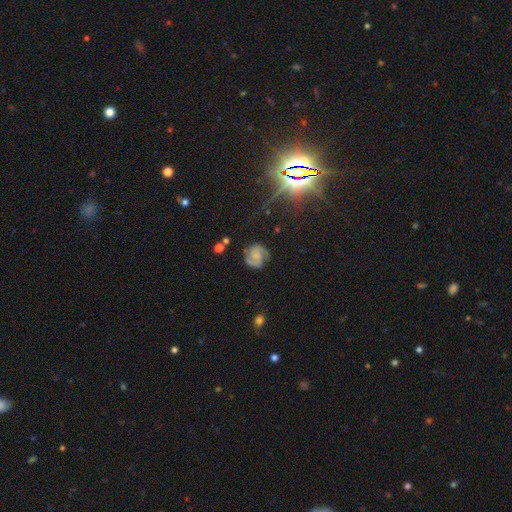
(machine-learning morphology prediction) A featured or disk galaxy (68%) with no bar (59%), 2 (79%) medium (47%) spiral arms (93%) and no central bulge (45%). Merging: none (74%).